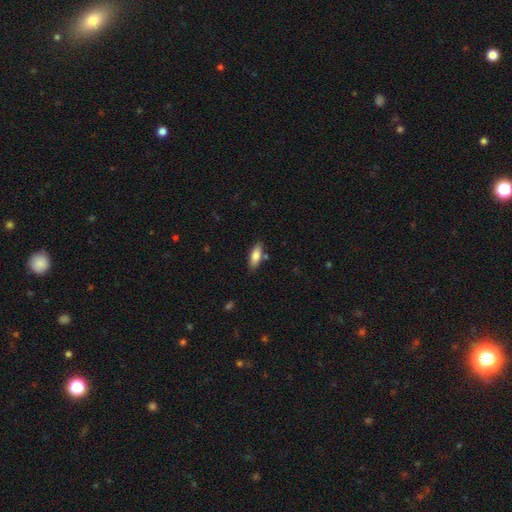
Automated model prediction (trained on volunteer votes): The model was most divided on "how rounded": in between: 67%, cigar-shaped: 31%, round: 2%. More confident: smooth or featured — smooth (81%); merging — none (81%).